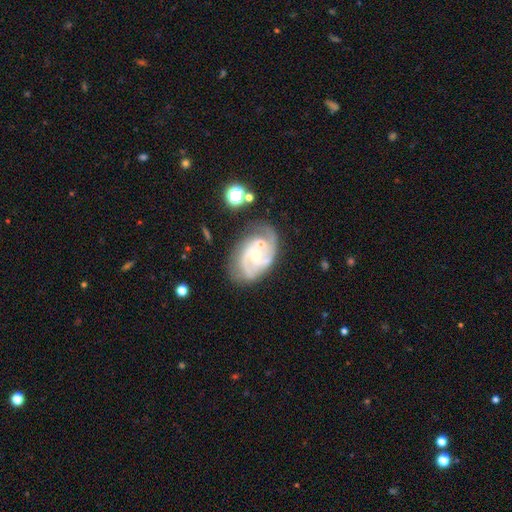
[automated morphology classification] type=featured or disk (86%); edge-on=no (97%); bar=weak (45%); spiral arms=yes (96%); winding=medium (49%); arm count=2 (54%); bulge=small (51%); merging=none (57%).